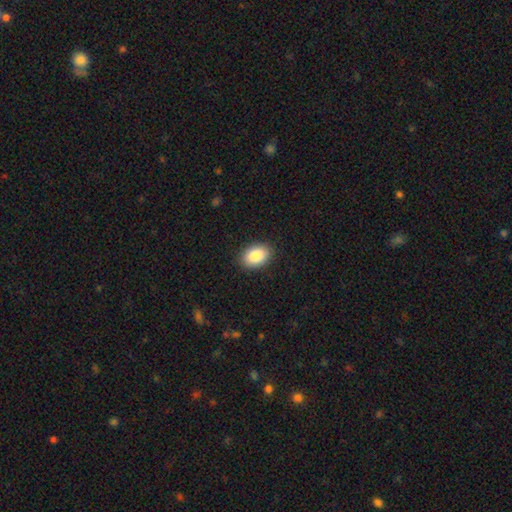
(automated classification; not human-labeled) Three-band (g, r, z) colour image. It shows a smooth galaxy with no disk features (88%) that is in between round and cigar-shaped (82%). Merging: none (89%).